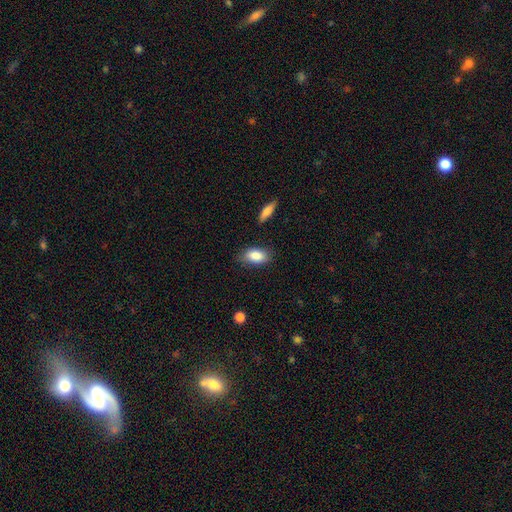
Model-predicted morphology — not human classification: Q: Smooth or featured?
A: smooth (86%); runner-up: featured or disk (7%)
Q: How rounded?
A: in between (90%); runner-up: round (5%)
Q: Merging?
A: none (78%); runner-up: minor disturbance (16%)